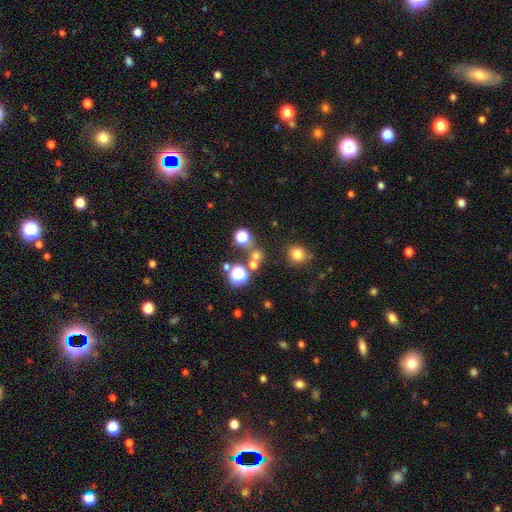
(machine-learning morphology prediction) Smooth or featured? smooth (55%)
How rounded? round (87%)
Merging? none (65%)